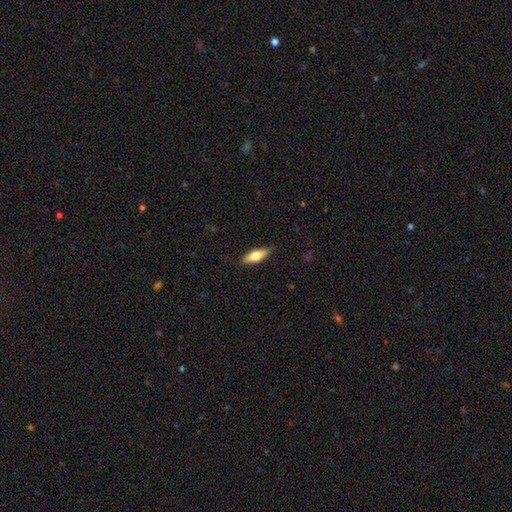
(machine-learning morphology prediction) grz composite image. It shows a smooth galaxy with no disk features (66%) that is in between round and cigar-shaped (62%). Merging: none (87%).